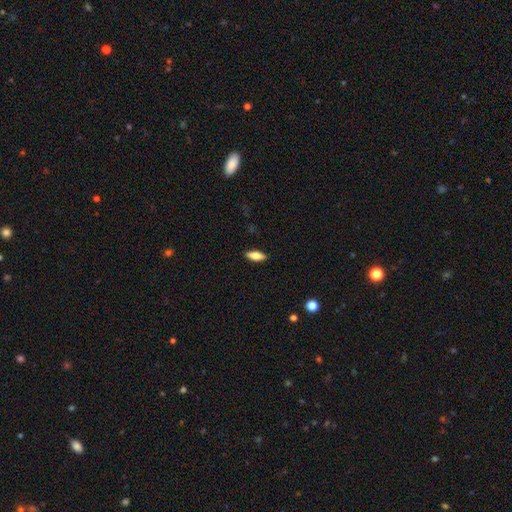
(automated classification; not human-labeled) Morphology: type=smooth (72%); roundness=in between (65%); merging=none (89%).